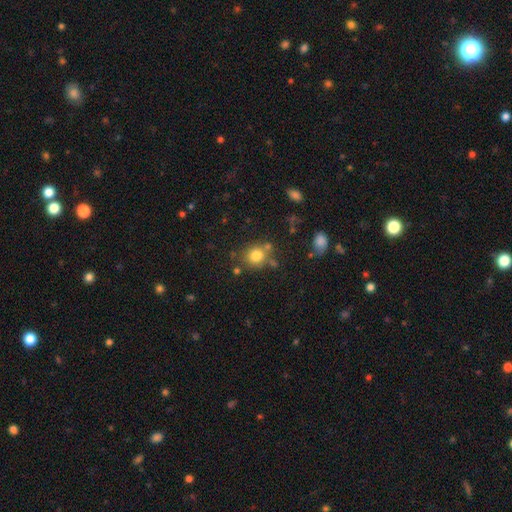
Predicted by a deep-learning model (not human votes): smooth_or_featured: smooth (p=0.79) [alt: star or artifact p=0.12]
how_rounded: round (p=0.80) [alt: in between p=0.19]
merging: none (p=0.69) [alt: minor disturbance p=0.13]